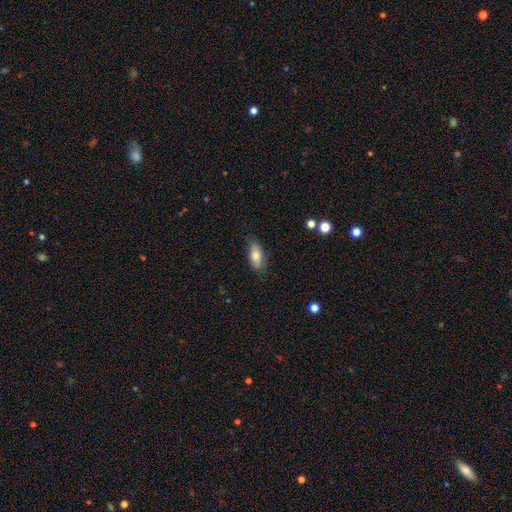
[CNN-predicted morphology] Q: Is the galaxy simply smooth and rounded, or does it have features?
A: smooth — 80%.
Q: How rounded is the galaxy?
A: in between — 85%.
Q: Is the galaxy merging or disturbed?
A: none — 80%.